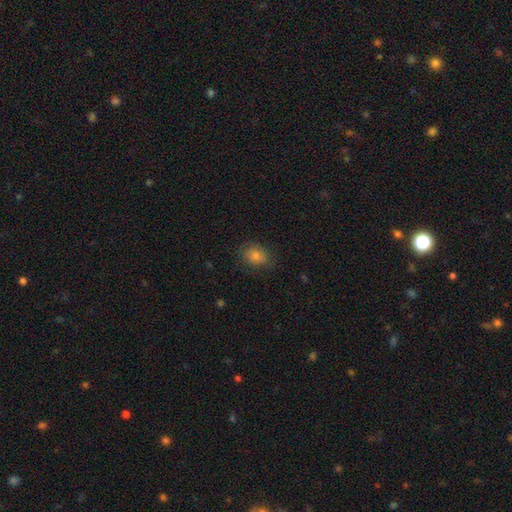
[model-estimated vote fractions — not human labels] Smooth or featured: smooth — 73% (featured or disk — 14%)
How rounded: in between — 51% (round — 47%)
Merging: none — 77% (minor disturbance — 17%)